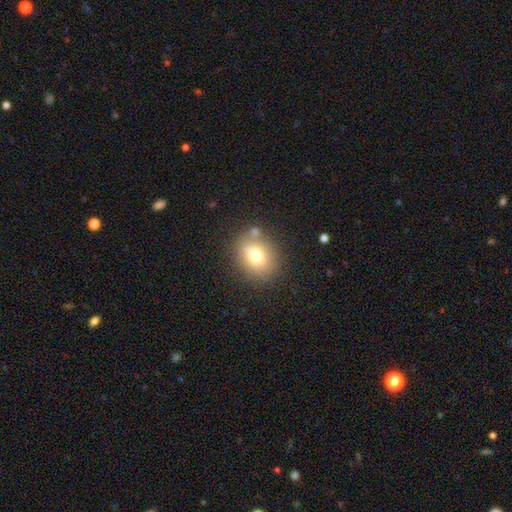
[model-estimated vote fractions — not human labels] Smooth or featured? Predicted: smooth (p=0.73). How rounded? Predicted: round (p=0.57). Merging? Predicted: none (p=0.74).